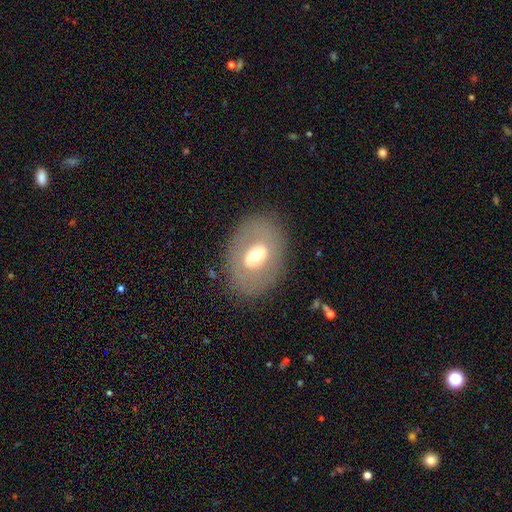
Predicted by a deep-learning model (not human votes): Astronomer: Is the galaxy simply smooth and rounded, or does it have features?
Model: featured or disk — 47% (runner-up: smooth, 44%).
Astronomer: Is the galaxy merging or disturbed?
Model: none — 81%.